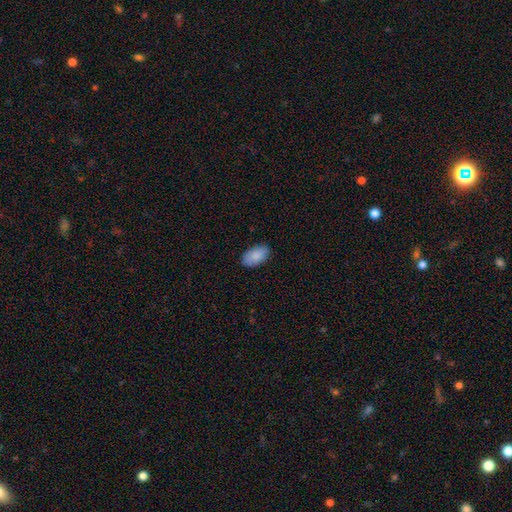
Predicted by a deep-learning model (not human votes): Smooth or featured: smooth — 88% (star or artifact — 6%)
How rounded: in between — 94% (round — 4%)
Merging: none — 85% (minor disturbance — 12%)